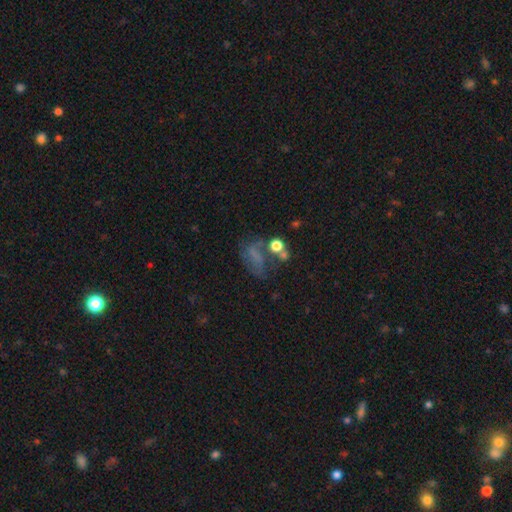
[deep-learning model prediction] Smooth or featured: smooth — 43% (featured or disk — 33%)
Merging: none — 35% (major disturbance — 30%)